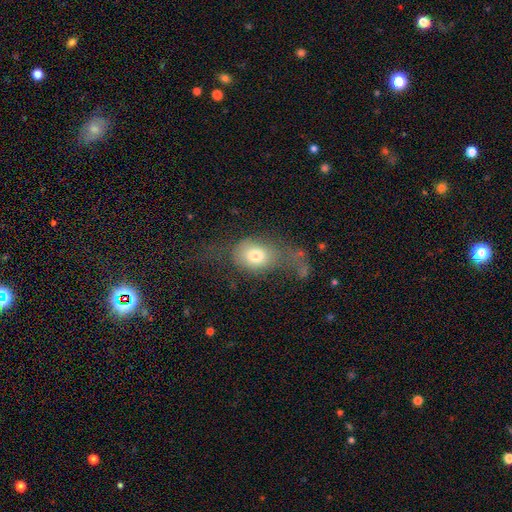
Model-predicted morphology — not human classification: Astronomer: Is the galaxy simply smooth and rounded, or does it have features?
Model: smooth — 72%.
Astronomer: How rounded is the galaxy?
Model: in between — 57% (runner-up: round, 41%).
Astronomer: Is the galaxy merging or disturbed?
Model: major disturbance — 48% (runner-up: none, 25%).